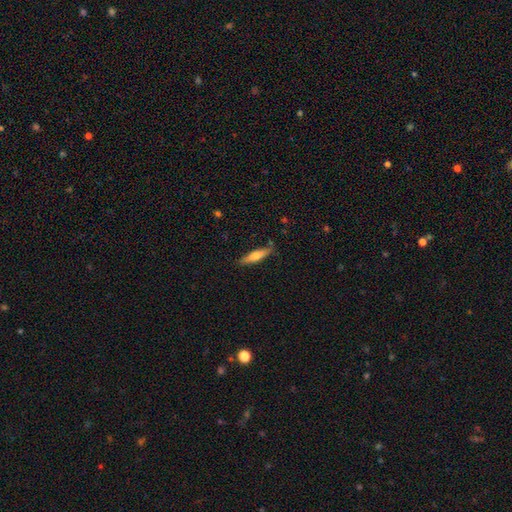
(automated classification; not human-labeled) A smooth galaxy with no disk features (62%) that is cigar-shaped (78%). Merging: none (81%).